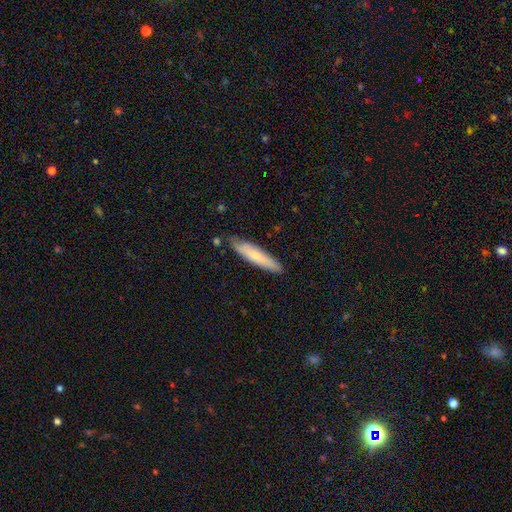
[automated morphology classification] Smooth or featured?
  - smooth: 63% *
  - featured or disk: 31%
  - star or artifact: 6%
How rounded?
  - cigar-shaped: 84% *
  - in between: 15%
  - round: 1%
Merging?
  - none: 80% *
  - minor disturbance: 16%
  - major disturbance: 2%
  - merger: 2%